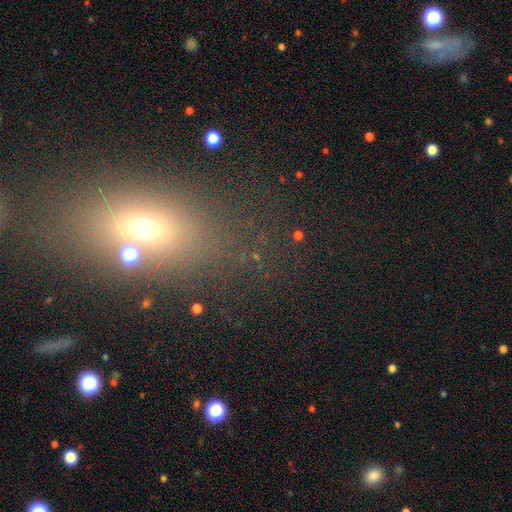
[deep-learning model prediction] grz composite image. It shows a smooth galaxy with no disk features (46%). Merging: none (69%).